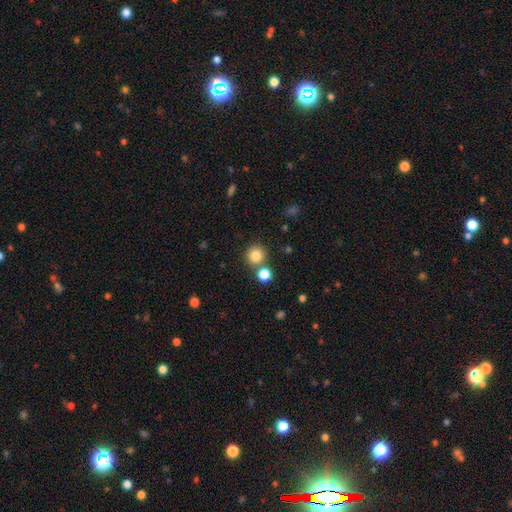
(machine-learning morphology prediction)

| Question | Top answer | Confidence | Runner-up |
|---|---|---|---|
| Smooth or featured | smooth | 83% | star or artifact (12%) |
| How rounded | round | 93% | in between (6%) |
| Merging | none | 77% | merger (14%) |